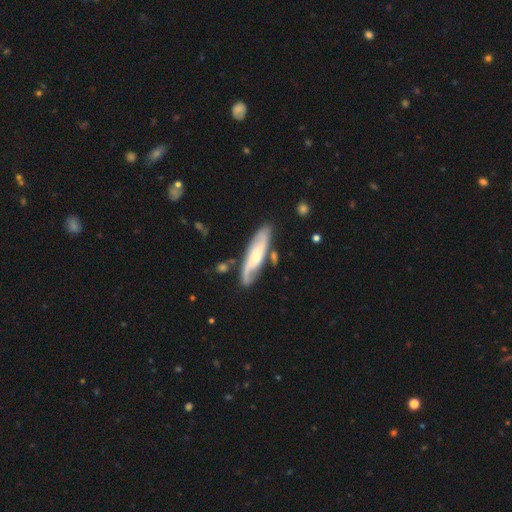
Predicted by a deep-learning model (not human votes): This appears to be a featured or disk galaxy (67%) with no bar (54%), spiral arms (91%) and a moderate central bulge (46%). Merging: none (73%).